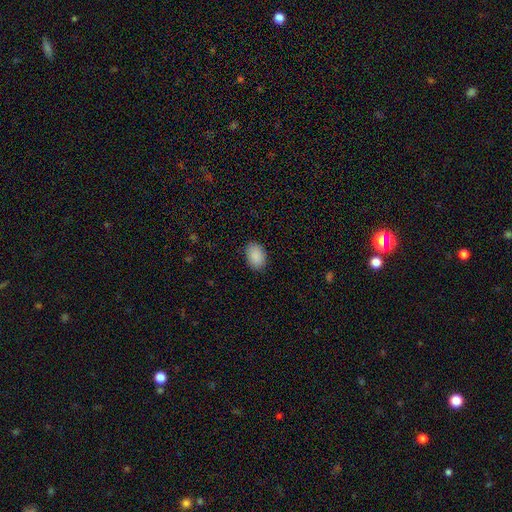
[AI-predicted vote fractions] Smooth or featured? smooth (90%)
How rounded? in between (82%)
Merging? none (87%)